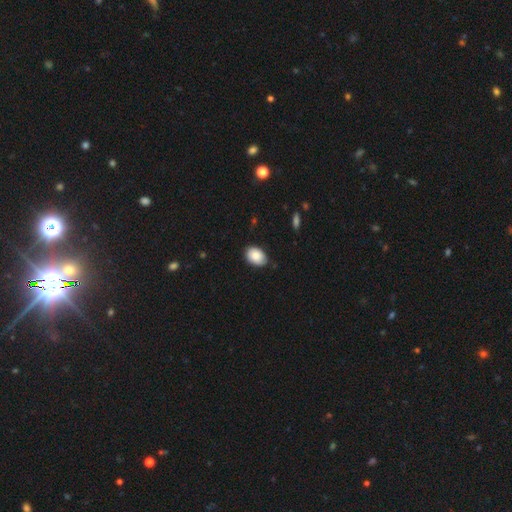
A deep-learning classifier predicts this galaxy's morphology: The model was most divided on "merging": none: 80%, minor disturbance: 16%, major disturbance: 2%, merger: 1%. More confident: smooth or featured — smooth (88%); how rounded — in between (83%).